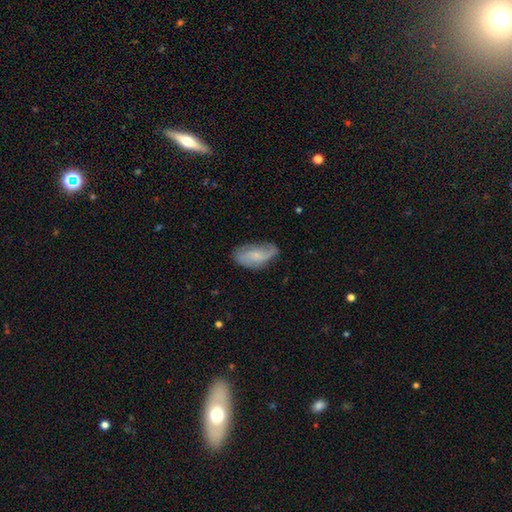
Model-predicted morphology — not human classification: smooth-or-featured: smooth: 49% | featured or disk: 44% | star or artifact: 7%
  merging: none: 65% | minor disturbance: 25% | major disturbance: 8% | merger: 2%